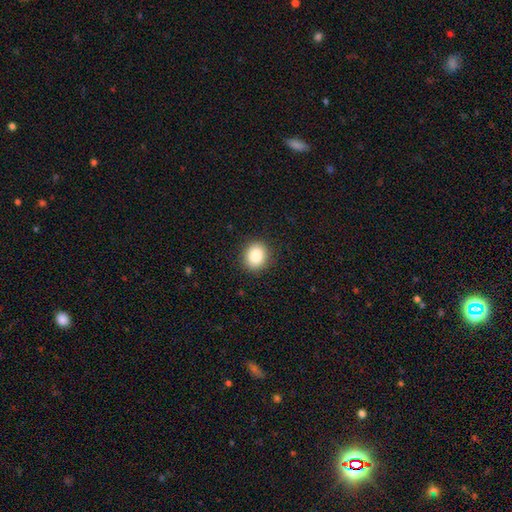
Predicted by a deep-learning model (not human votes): The model was most divided on "how rounded": round: 65%, in between: 34%, cigar-shaped: 1%. More confident: merging — none (89%); smooth or featured — smooth (88%).